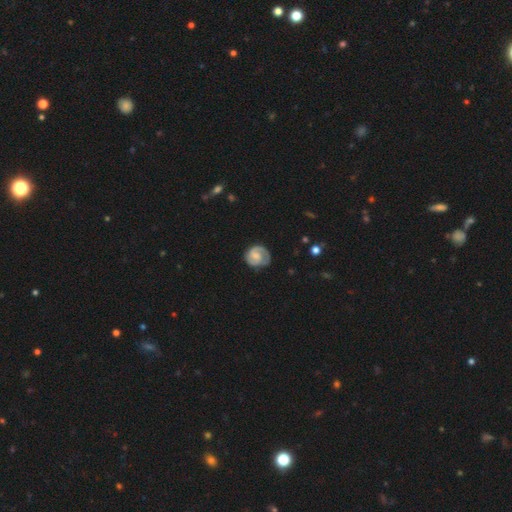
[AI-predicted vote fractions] This appears to be a featured or disk galaxy (68%) with no bar (46%), 2 (65%) tight (54%) spiral arms (91%) and a small central bulge (35%). Merging: none (73%).